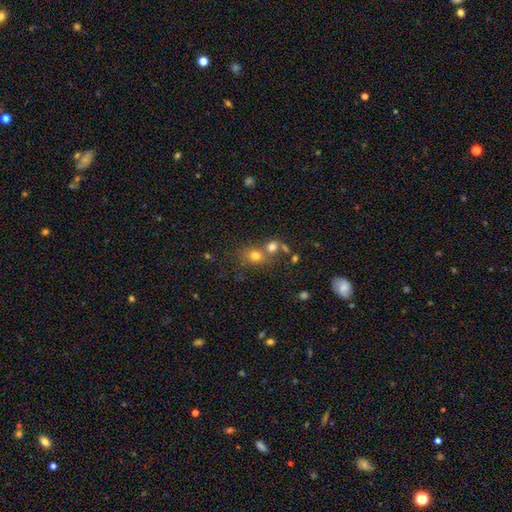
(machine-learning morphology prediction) The model was most divided on "merging": none: 47%, merger: 40%, minor disturbance: 9%, major disturbance: 4%. More confident: smooth or featured — smooth (72%); how rounded — round (69%).